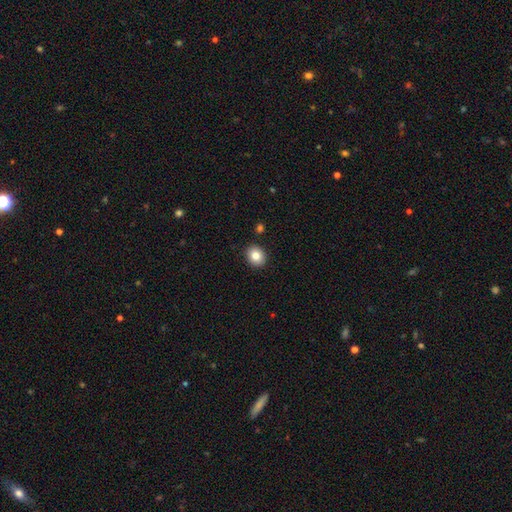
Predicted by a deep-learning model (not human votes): A smooth galaxy with no disk features (84%) that is round (65%).

Vote fractions:
- Smooth or featured? smooth: 84% / star or artifact: 9% / featured or disk: 7%
- How rounded? round: 65% / in between: 34% / cigar-shaped: 1%
- Merging? none: 91% / minor disturbance: 6% / major disturbance: 2% / merger: 2%